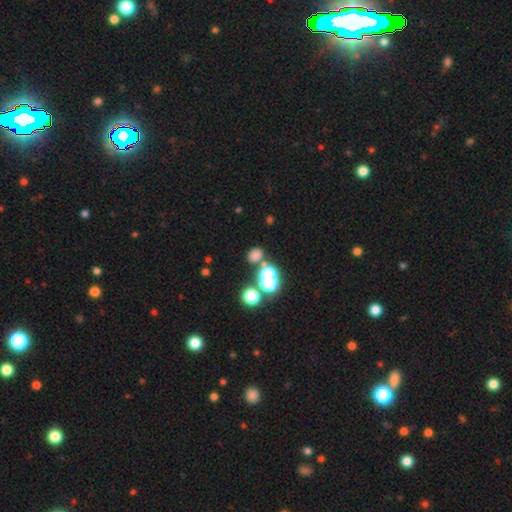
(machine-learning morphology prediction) Overall: smooth (64%; star or artifact 25%). How rounded: round (62%; in between 37%). Merging: none (55%; merger 31%).